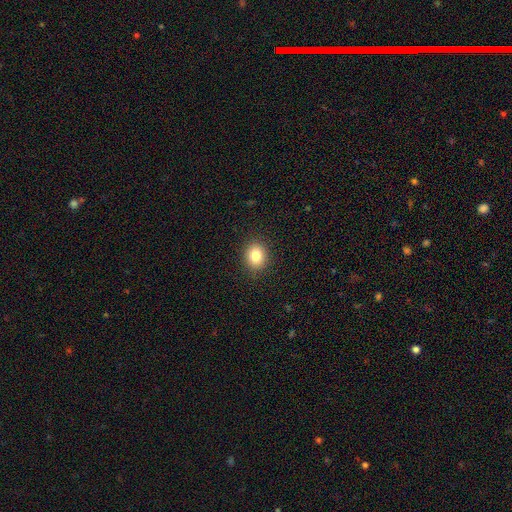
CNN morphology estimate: The model was most divided on "how rounded": round: 58%, in between: 41%, cigar-shaped: 1%. More confident: merging — none (90%); smooth or featured — smooth (83%).